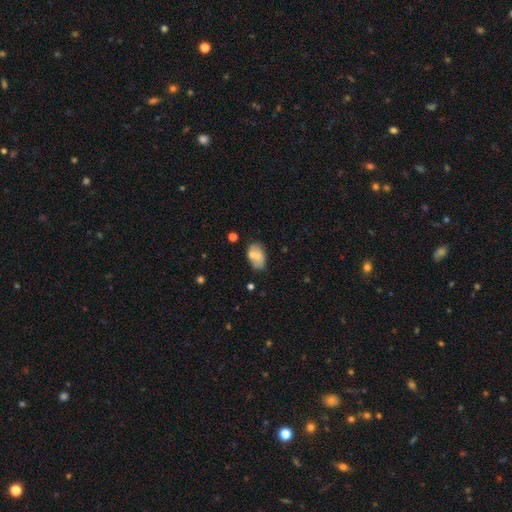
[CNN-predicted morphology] smooth 66%, featured or disk 26%, star or artifact 8%. Down the decision tree: how rounded — in between (90%); merging — none (56%).